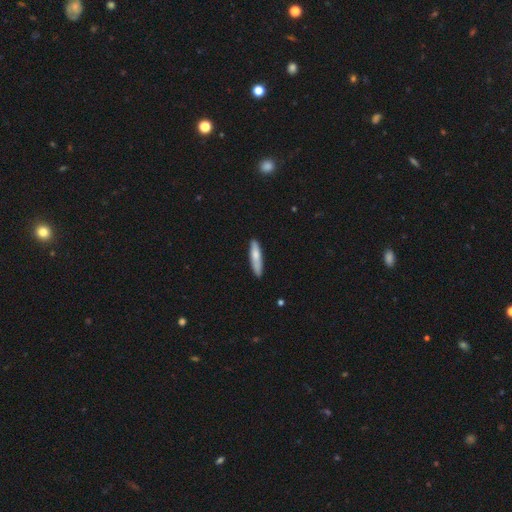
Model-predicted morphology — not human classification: Smooth or featured?
  - smooth: 74% *
  - featured or disk: 21%
  - star or artifact: 5%
How rounded?
  - cigar-shaped: 83% *
  - in between: 16%
  - round: 1%
Merging?
  - none: 87% *
  - minor disturbance: 10%
  - major disturbance: 2%
  - merger: 1%